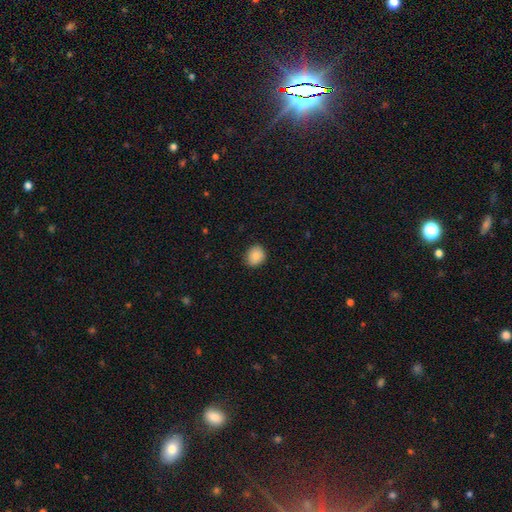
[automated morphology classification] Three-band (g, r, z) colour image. It shows a smooth galaxy with no disk features (88%) that is round (62%). Merging: none (85%).